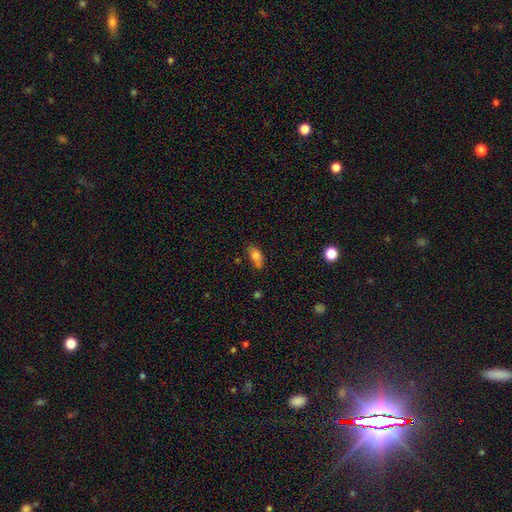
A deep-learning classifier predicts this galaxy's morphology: This is likely a smooth galaxy (76%). How rounded: clearly in between (83%). Merging: possibly none (57%).